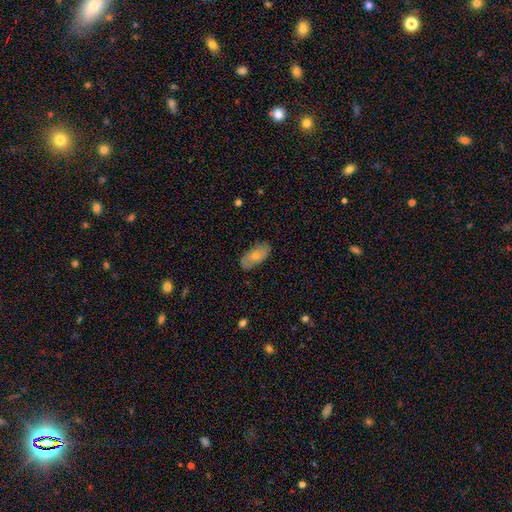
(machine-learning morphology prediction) type=smooth (71%); roundness=in between (92%); merging=none (80%).